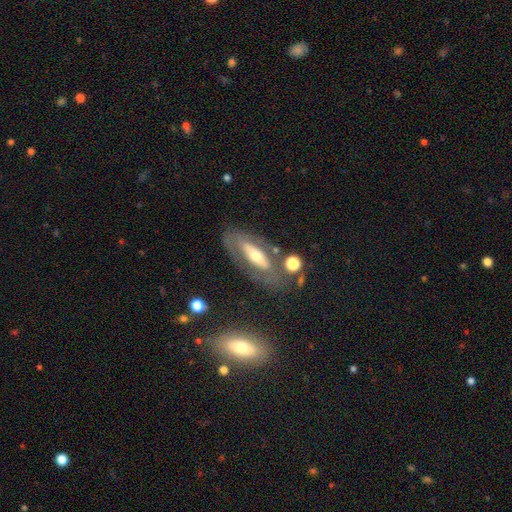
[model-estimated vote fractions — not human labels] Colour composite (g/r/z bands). It shows a featured or disk galaxy (60%). Merging: none (69%).